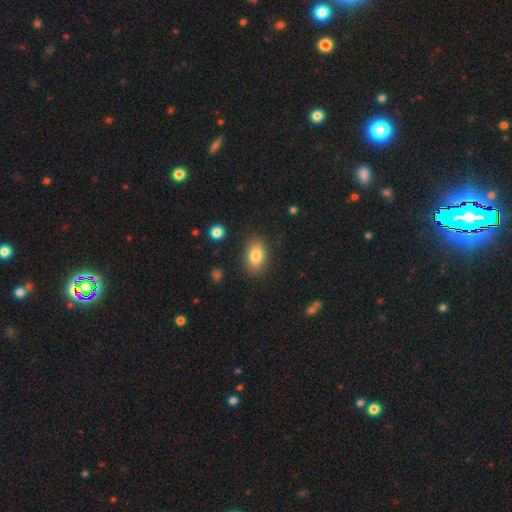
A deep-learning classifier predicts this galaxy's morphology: Smooth or featured?
  - smooth: 83% *
  - featured or disk: 9%
  - star or artifact: 8%
How rounded?
  - in between: 88% *
  - round: 10%
  - cigar-shaped: 2%
Merging?
  - none: 86% *
  - minor disturbance: 10%
  - major disturbance: 3%
  - merger: 2%